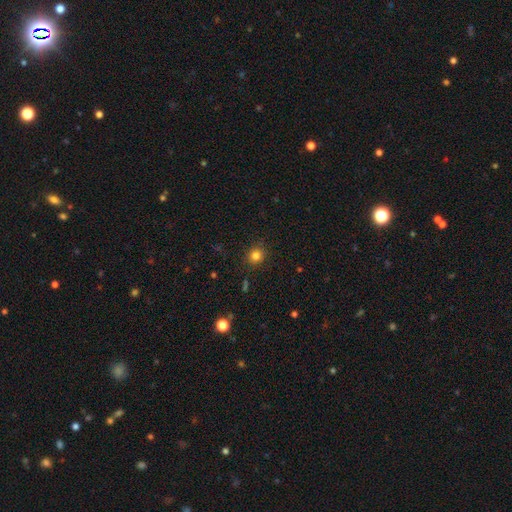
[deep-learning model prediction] smooth_or_featured: smooth (p=0.82) [alt: star or artifact p=0.13]
how_rounded: round (p=0.85) [alt: in between p=0.14]
merging: none (p=0.88) [alt: minor disturbance p=0.08]